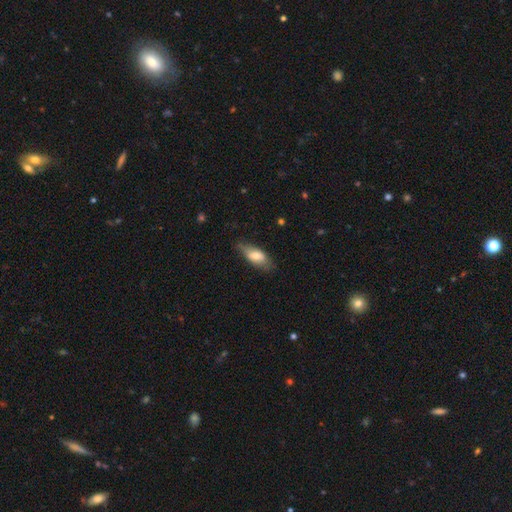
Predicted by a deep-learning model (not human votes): smooth-or-featured: smooth: 70% | featured or disk: 24% | star or artifact: 6%
  how-rounded: in between: 81% | cigar-shaped: 17% | round: 3%
  merging: none: 67% | minor disturbance: 25% | major disturbance: 6% | merger: 1%